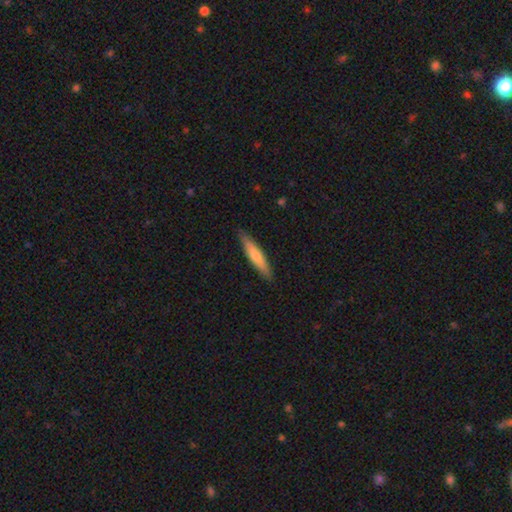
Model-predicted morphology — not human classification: smooth_or_featured: smooth (p=0.66) [alt: featured or disk p=0.29]
how_rounded: cigar-shaped (p=0.89) [alt: in between p=0.10]
merging: none (p=0.88) [alt: minor disturbance p=0.10]